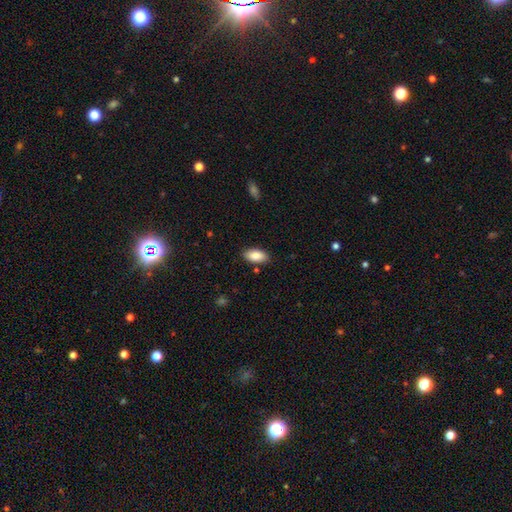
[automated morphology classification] Overall: smooth (85%). How rounded: in between (93%). Merging: none (86%).